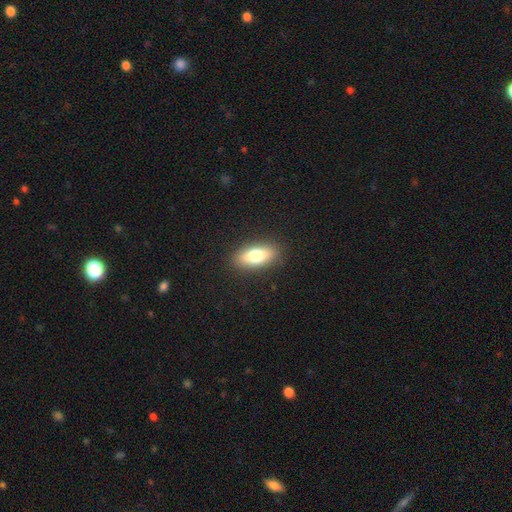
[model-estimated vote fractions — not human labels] smooth 75%, featured or disk 18%, star or artifact 7%. Down the decision tree: how rounded — in between (77%); merging — none (88%).